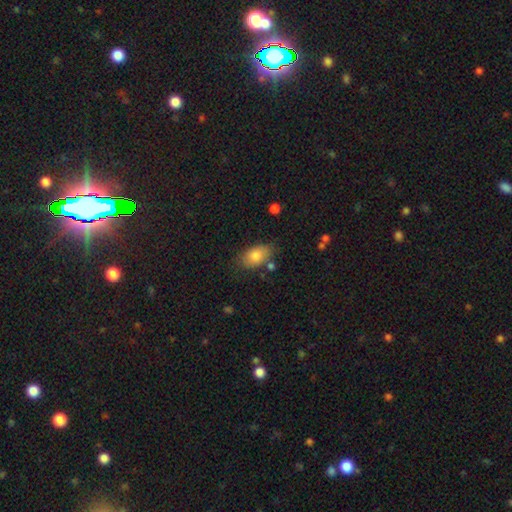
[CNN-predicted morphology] A smooth galaxy with no disk features (82%) that is in between round and cigar-shaped (89%). Merging: none (74%).